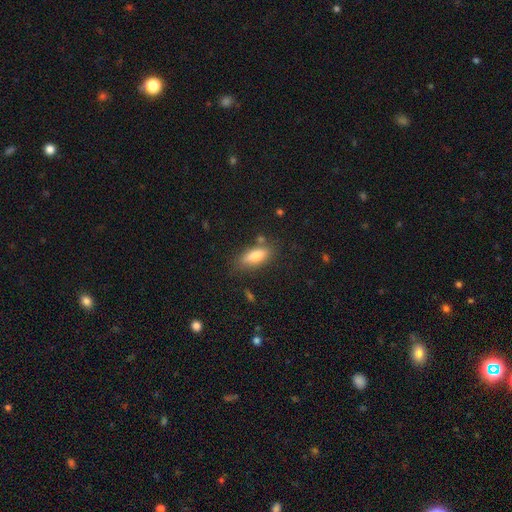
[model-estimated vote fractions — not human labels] A smooth galaxy with no disk features (78%) that is in between round and cigar-shaped (71%). Merging: none (76%).